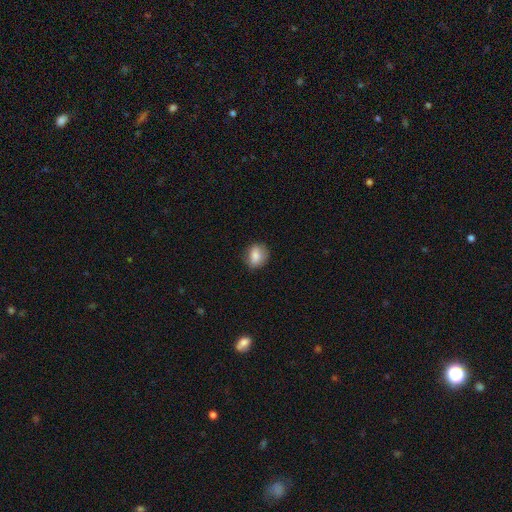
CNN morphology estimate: Smooth or featured? Predicted: smooth (p=0.83). How rounded? Predicted: in between (p=0.49, tied with round). Merging? Predicted: none (p=0.79).